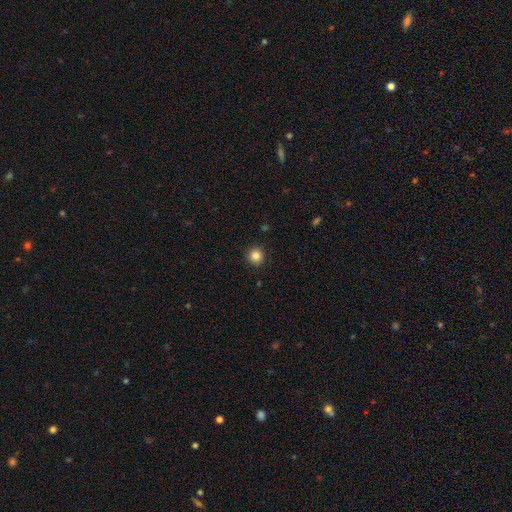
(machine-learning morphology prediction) Smooth or featured?
  - smooth: 85% *
  - star or artifact: 11%
  - featured or disk: 4%
How rounded?
  - round: 93% *
  - in between: 6%
  - cigar-shaped: 1%
Merging?
  - none: 91% *
  - minor disturbance: 6%
  - major disturbance: 2%
  - merger: 1%